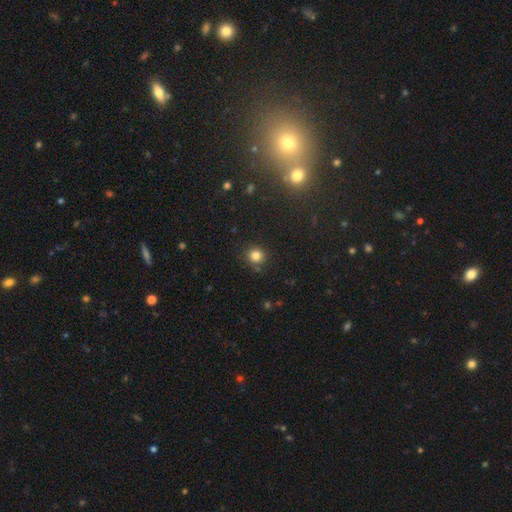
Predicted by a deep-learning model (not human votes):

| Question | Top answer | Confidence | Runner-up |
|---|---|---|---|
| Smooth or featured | smooth | 81% | star or artifact (14%) |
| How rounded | round | 92% | in between (7%) |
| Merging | none | 85% | minor disturbance (9%) |